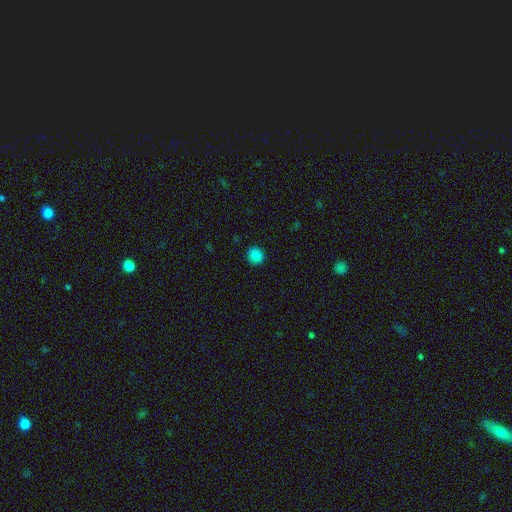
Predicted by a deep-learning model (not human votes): Smooth or featured: smooth — 85% (star or artifact — 11%)
How rounded: round — 90% (in between — 9%)
Merging: none — 91% (minor disturbance — 6%)